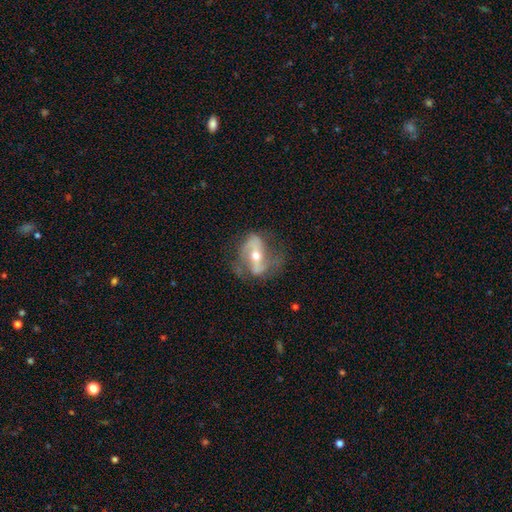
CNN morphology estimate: featured or disk 77%, smooth 17%, star or artifact 7%. Down the decision tree: edge-on disk — no (90%); bar — strong (53%); spiral arms — yes (79%); spiral arm count — 2 (82%); spiral winding — loose (45%); bulge size — moderate (60%); merging — none (57%).